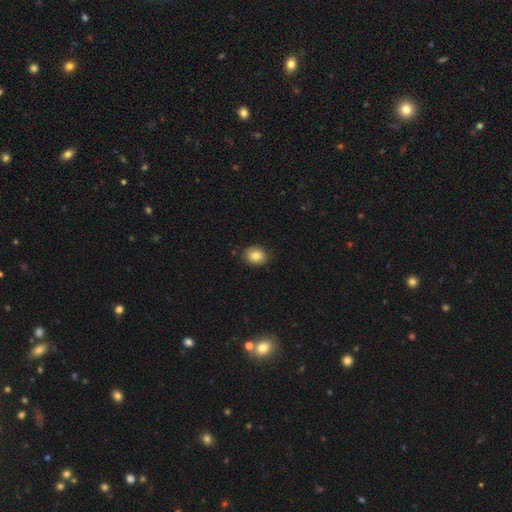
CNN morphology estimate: Smooth or featured: smooth — 82% (featured or disk — 9%)
How rounded: in between — 53% (round — 46%)
Merging: none — 85% (minor disturbance — 12%)